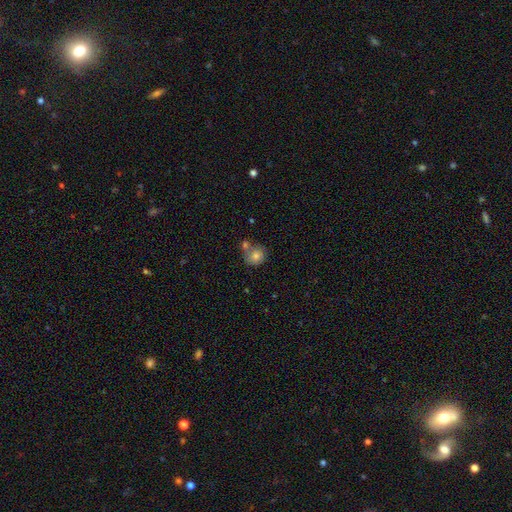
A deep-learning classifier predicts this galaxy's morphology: Overall: smooth (77%). How rounded: round (82%). Merging: none (49%; merger 31%).